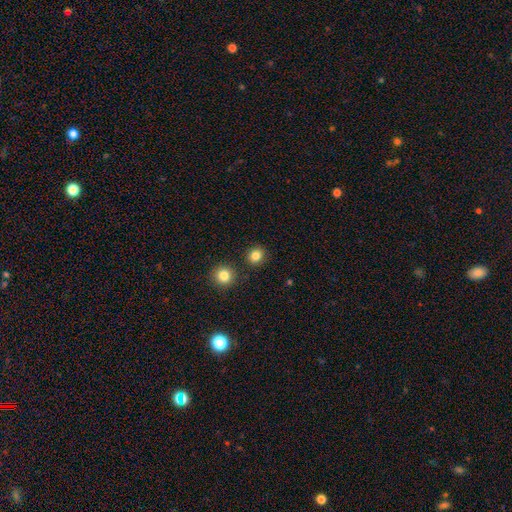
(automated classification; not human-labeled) Smooth or featured?
  - smooth: 83% *
  - star or artifact: 12%
  - featured or disk: 5%
How rounded?
  - round: 84% *
  - in between: 15%
  - cigar-shaped: 1%
Merging?
  - none: 87% *
  - minor disturbance: 7%
  - merger: 4%
  - major disturbance: 2%